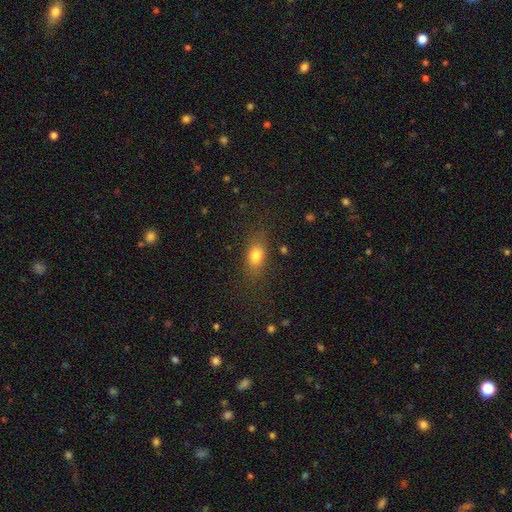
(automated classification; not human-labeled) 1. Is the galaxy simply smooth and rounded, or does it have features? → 78% smooth, 11% featured or disk, 11% star or artifact.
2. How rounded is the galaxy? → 72% in between, 17% round, 11% cigar-shaped.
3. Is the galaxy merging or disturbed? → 77% none, 15% minor disturbance, 6% major disturbance, 2% merger.